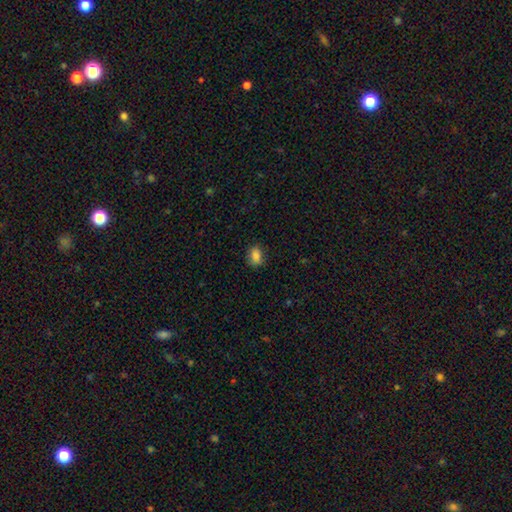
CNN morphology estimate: smooth-or-featured: smooth: 86% | star or artifact: 10% | featured or disk: 4%
  how-rounded: in between: 73% | round: 25% | cigar-shaped: 2%
  merging: none: 82% | minor disturbance: 14% | major disturbance: 3% | merger: 1%